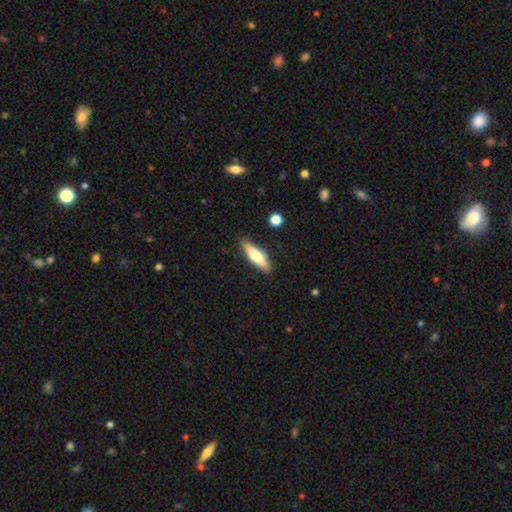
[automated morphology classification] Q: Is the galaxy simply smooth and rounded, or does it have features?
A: smooth — 59%.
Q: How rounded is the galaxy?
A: cigar-shaped — 53%.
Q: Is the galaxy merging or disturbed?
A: none — 87%.